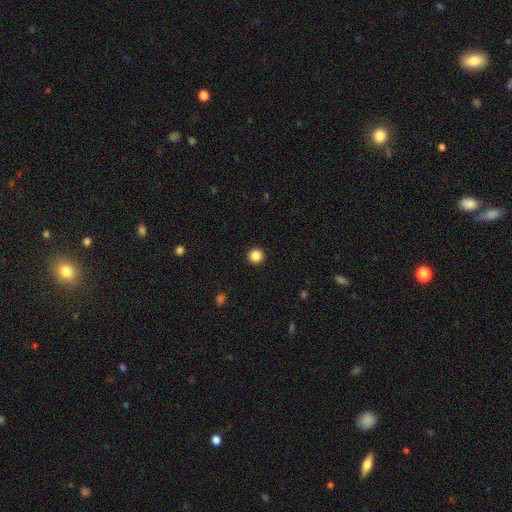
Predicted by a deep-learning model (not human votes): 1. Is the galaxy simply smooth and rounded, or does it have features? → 87% smooth, 10% star or artifact, 3% featured or disk.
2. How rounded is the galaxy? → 96% round, 3% in between, 1% cigar-shaped.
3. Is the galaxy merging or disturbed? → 94% none, 4% minor disturbance, 1% major disturbance, 1% merger.